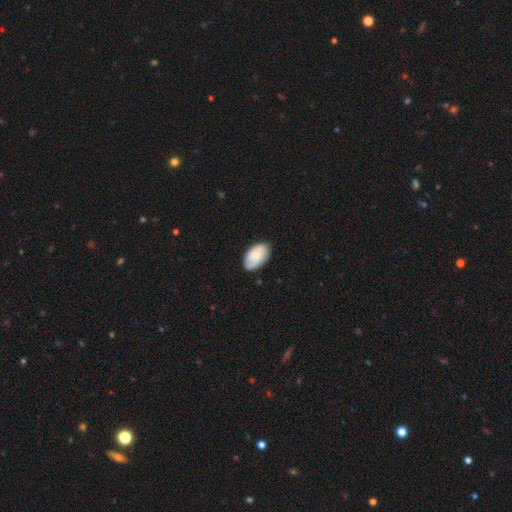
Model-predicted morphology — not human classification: Smooth or featured? Predicted: smooth (p=0.75). How rounded? Predicted: in between (p=0.95). Merging? Predicted: none (p=0.82).